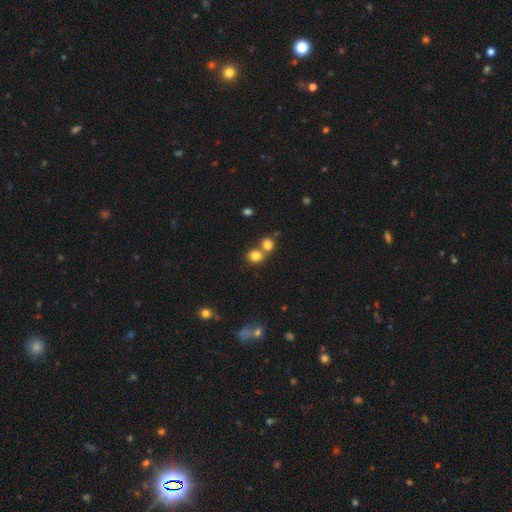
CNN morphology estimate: A smooth galaxy with no disk features (80%) that is round (75%).

Vote fractions:
- Smooth or featured? smooth: 80% / star or artifact: 13% / featured or disk: 8%
- How rounded? round: 75% / in between: 24% / cigar-shaped: 1%
- Merging? none: 47% / merger: 43% / minor disturbance: 7% / major disturbance: 3%